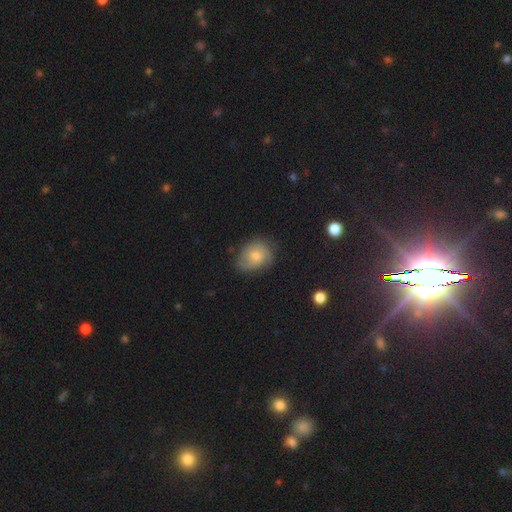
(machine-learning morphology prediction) Overall: smooth (46%; featured or disk 45%). Merging: none (67%).